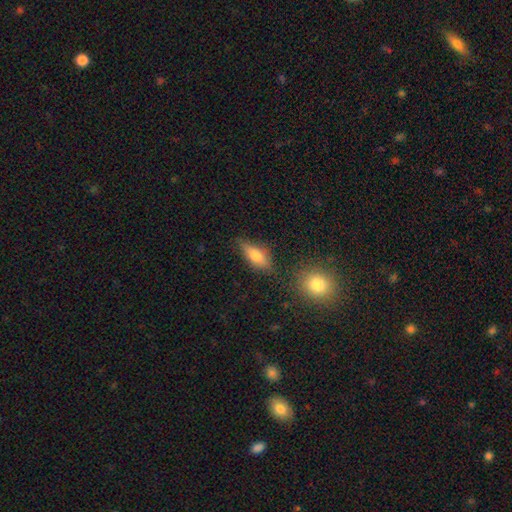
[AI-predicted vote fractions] The model was most divided on "how rounded": in between: 68%, cigar-shaped: 28%, round: 5%. More confident: merging — none (72%); smooth or featured — smooth (66%).